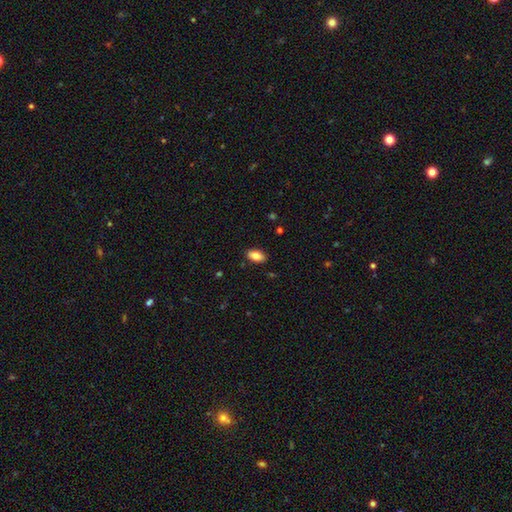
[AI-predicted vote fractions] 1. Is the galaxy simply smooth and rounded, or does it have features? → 82% smooth, 10% featured or disk, 7% star or artifact.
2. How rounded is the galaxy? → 92% in between, 5% round, 3% cigar-shaped.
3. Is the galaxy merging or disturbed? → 88% none, 9% minor disturbance, 2% major disturbance, 1% merger.